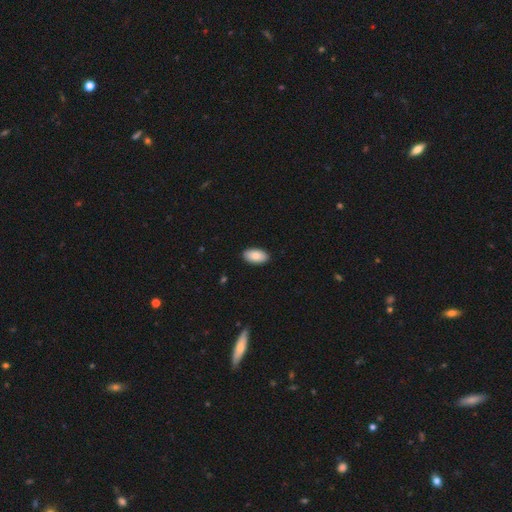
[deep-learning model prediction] Smooth or featured? Predicted: smooth (p=0.86). How rounded? Predicted: in between (p=0.95). Merging? Predicted: none (p=0.90).